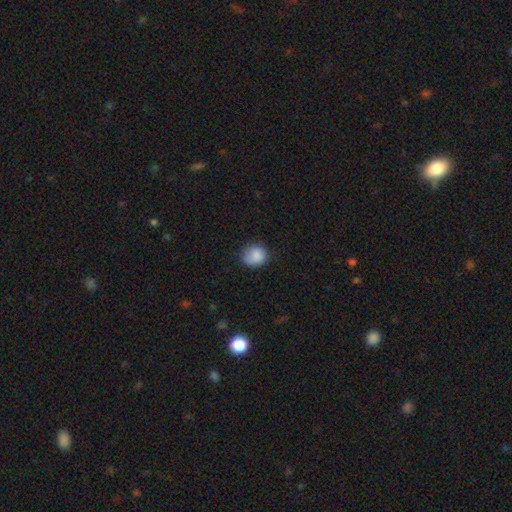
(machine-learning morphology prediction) A smooth galaxy with no disk features (86%) that is round (70%). Merging: none (70%).